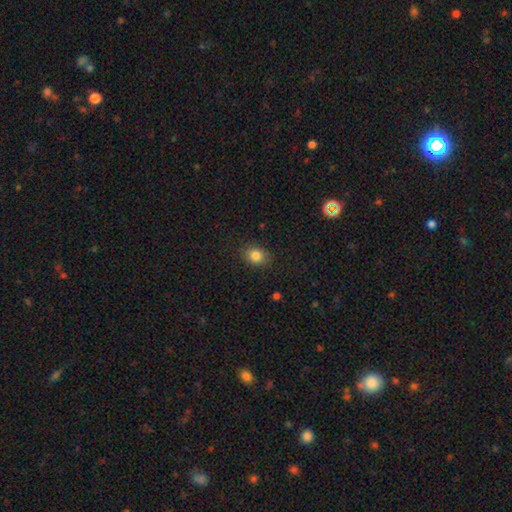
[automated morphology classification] smooth-or-featured: smooth: 83% | star or artifact: 11% | featured or disk: 6%
  how-rounded: in between: 54% | round: 45% | cigar-shaped: 1%
  merging: none: 85% | minor disturbance: 11% | major disturbance: 3% | merger: 1%